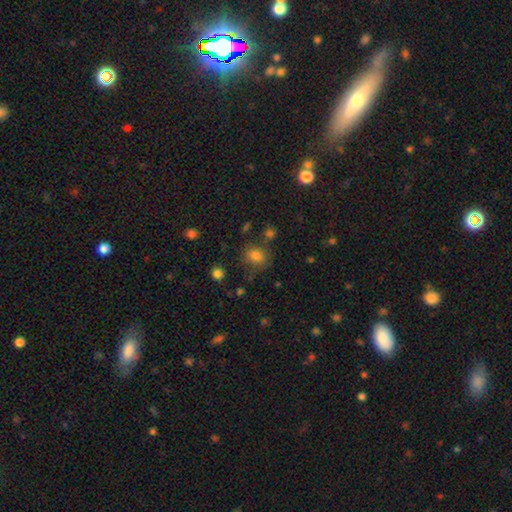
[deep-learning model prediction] smooth 79%, star or artifact 13%, featured or disk 8%. Down the decision tree: how rounded — round (67%); merging — none (72%).